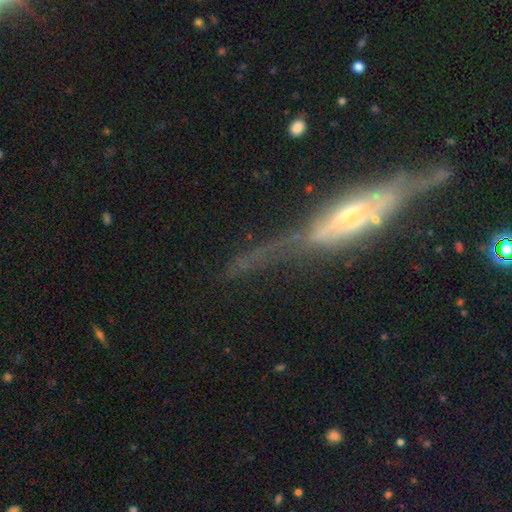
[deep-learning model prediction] Smooth or featured? featured or disk (72%)
Edge-on disk? yes (73%)
Edge-on bulge? rounded (60%)
Merging? none (48%)